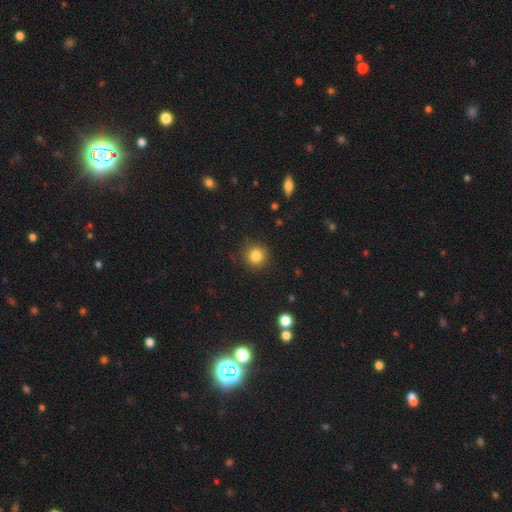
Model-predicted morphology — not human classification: Smooth or featured? smooth (84%)
How rounded? round (93%)
Merging? none (89%)